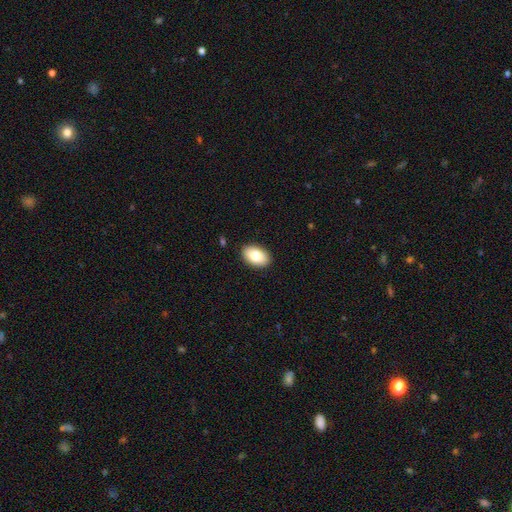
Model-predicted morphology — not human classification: Q: Smooth or featured?
A: smooth (81%); runner-up: featured or disk (12%)
Q: How rounded?
A: in between (92%); runner-up: round (7%)
Q: Merging?
A: none (90%); runner-up: minor disturbance (7%)